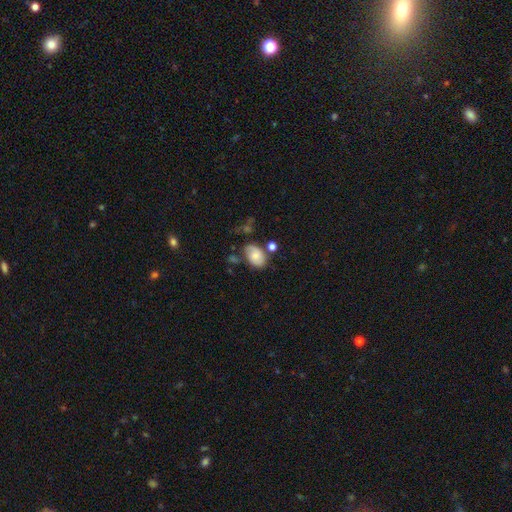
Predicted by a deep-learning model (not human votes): Morphology: type=smooth (67%); roundness=in between (82%); merging=none (53%).